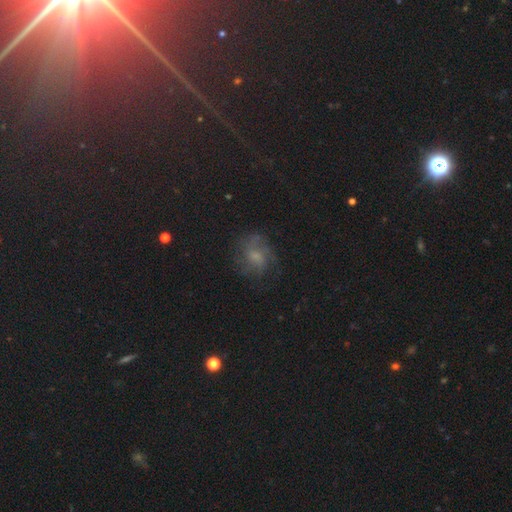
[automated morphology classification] This appears to be a featured or disk galaxy (47%). Merging: none (66%).